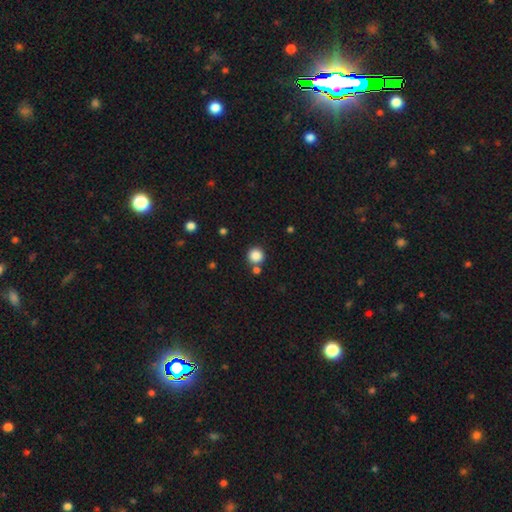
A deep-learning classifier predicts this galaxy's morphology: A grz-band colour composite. It shows a smooth galaxy with no disk features (86%) that is round (93%). Merging: none (74%).